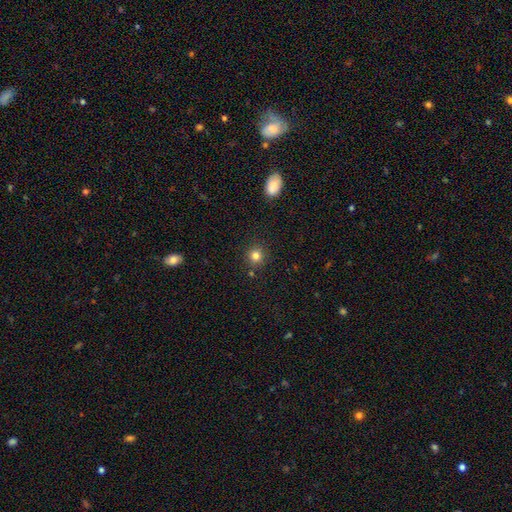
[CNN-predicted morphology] smooth 82%, star or artifact 13%, featured or disk 6%. Down the decision tree: how rounded — round (91%); merging — none (86%).